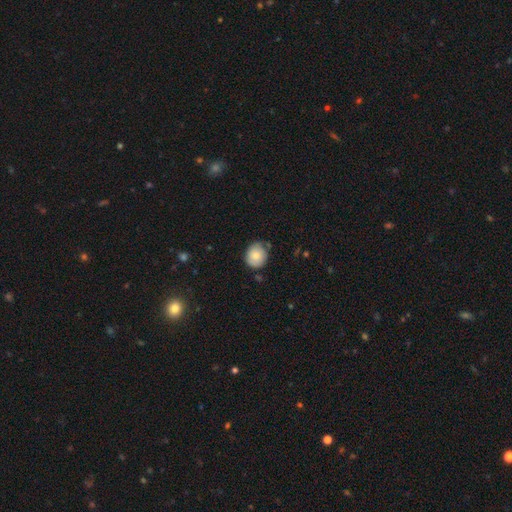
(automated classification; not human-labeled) This appears to be a smooth galaxy with no disk features (78%) that is round (71%). Merging: none (68%).